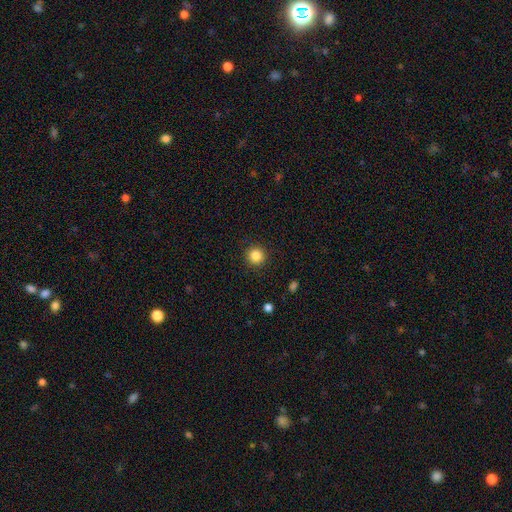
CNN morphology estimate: Smooth or featured? smooth (85%)
How rounded? round (95%)
Merging? none (92%)